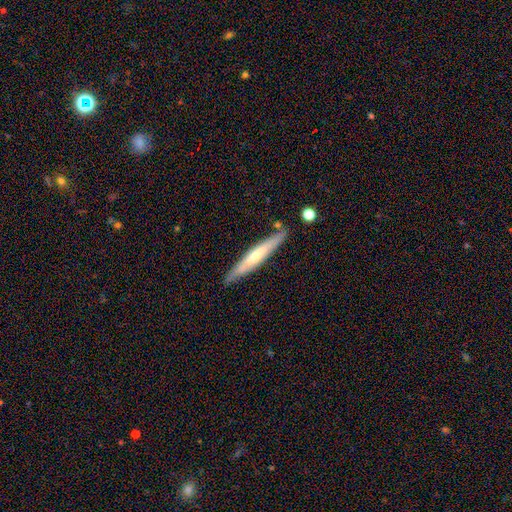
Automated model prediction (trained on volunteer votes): smooth-or-featured: featured or disk: 53% | smooth: 42% | star or artifact: 6%
  disk-edge-on: yes: 89% | no: 11%
  merging: none: 82% | minor disturbance: 13% | merger: 3% | major disturbance: 2%